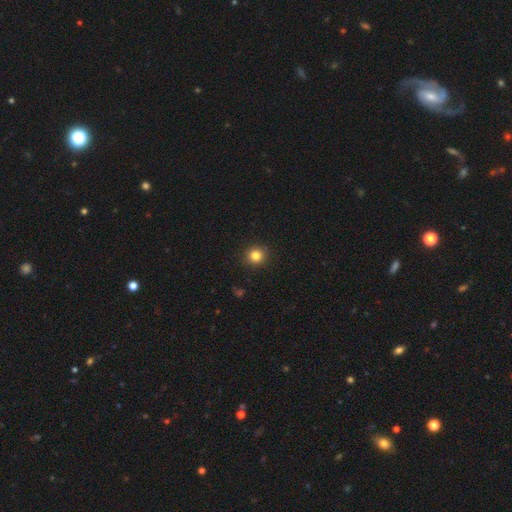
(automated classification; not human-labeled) Morphology: type=smooth (83%); roundness=round (93%); merging=none (92%).